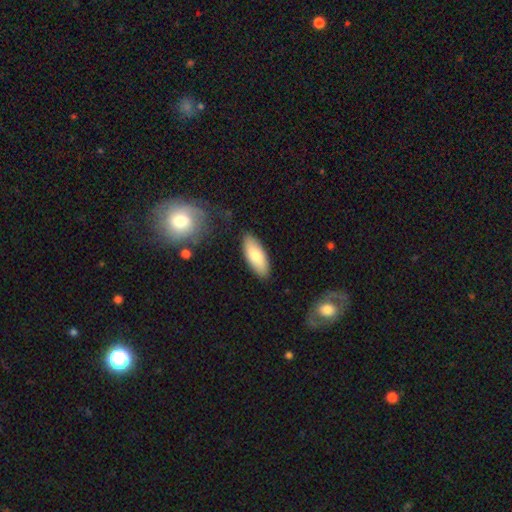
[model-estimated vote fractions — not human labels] Smooth or featured? smooth (78%)
How rounded? in between (80%)
Merging? none (85%)